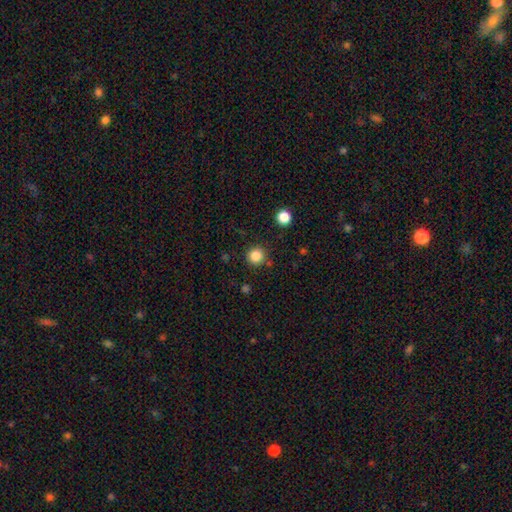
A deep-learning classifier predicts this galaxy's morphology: Smooth or featured? Predicted: smooth (p=0.84). How rounded? Predicted: round (p=0.95). Merging? Predicted: none (p=0.87).